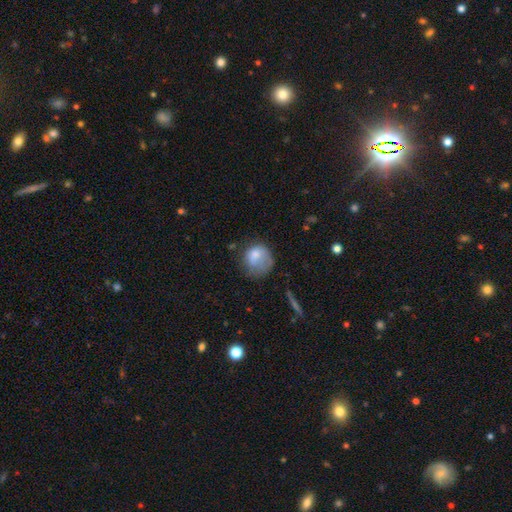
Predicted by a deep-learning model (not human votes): Smooth or featured: smooth — 74% (featured or disk — 17%)
How rounded: round — 73% (in between — 26%)
Merging: none — 38% (minor disturbance — 30%)